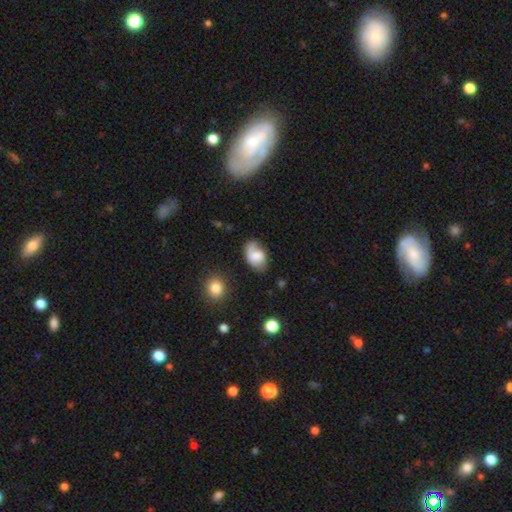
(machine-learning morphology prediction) smooth_or_featured: smooth (p=0.65) [alt: featured or disk p=0.27]
how_rounded: in between (p=0.84) [alt: round p=0.15]
merging: none (p=0.53) [alt: minor disturbance p=0.28]